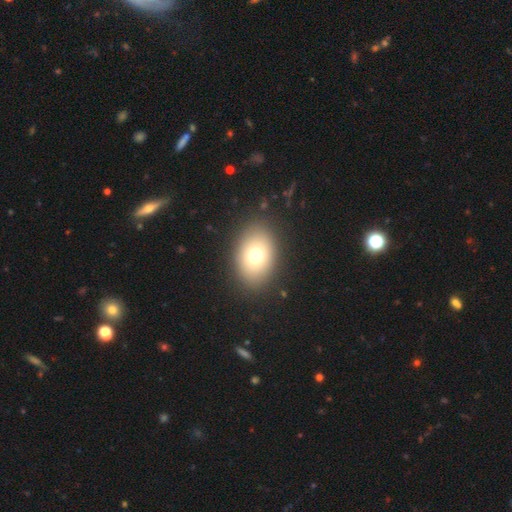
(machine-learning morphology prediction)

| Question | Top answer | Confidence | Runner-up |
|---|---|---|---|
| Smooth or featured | smooth | 73% | featured or disk (15%) |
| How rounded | in between | 73% | round (26%) |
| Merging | none | 87% | minor disturbance (8%) |